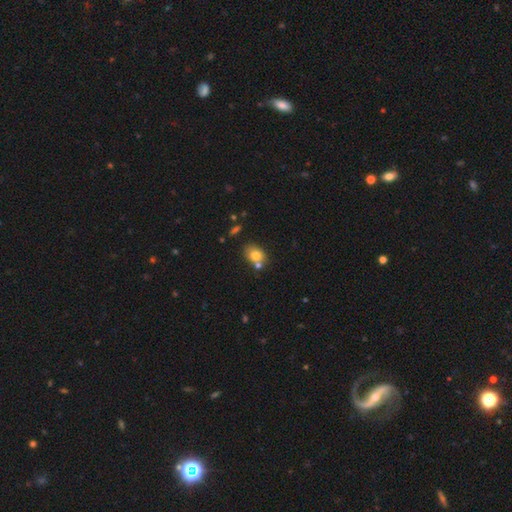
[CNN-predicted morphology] smooth_or_featured: smooth (p=0.77) [alt: featured or disk p=0.13]
how_rounded: in between (p=0.58) [alt: round p=0.41]
merging: none (p=0.59) [alt: merger p=0.24]